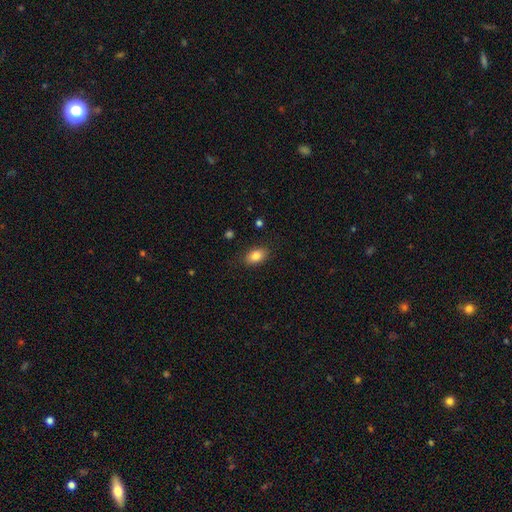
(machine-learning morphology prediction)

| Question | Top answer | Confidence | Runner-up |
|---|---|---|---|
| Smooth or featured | smooth | 84% | star or artifact (8%) |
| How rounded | in between | 86% | round (13%) |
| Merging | none | 85% | minor disturbance (11%) |